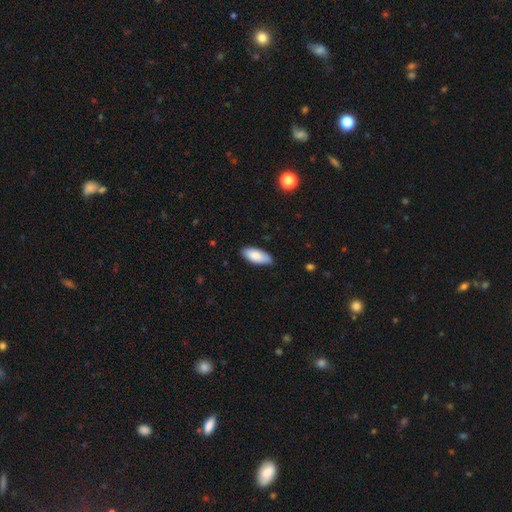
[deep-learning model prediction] smooth-or-featured: smooth: 85% | featured or disk: 9% | star or artifact: 6%
  how-rounded: in between: 87% | cigar-shaped: 12% | round: 2%
  merging: none: 83% | minor disturbance: 14% | major disturbance: 2% | merger: 1%